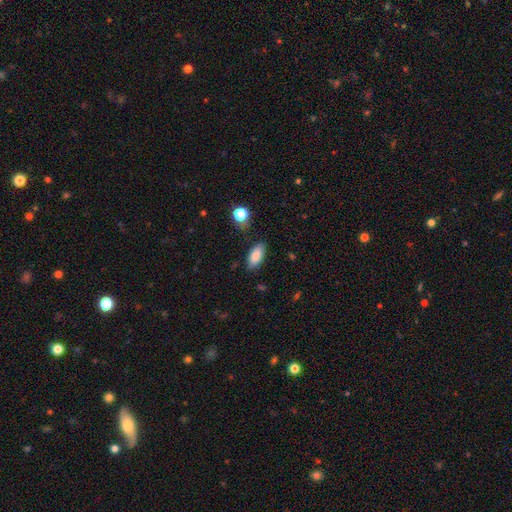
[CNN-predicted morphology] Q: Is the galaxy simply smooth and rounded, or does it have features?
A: smooth — 85%.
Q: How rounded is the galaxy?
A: in between — 88%.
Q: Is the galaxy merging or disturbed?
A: none — 81%.